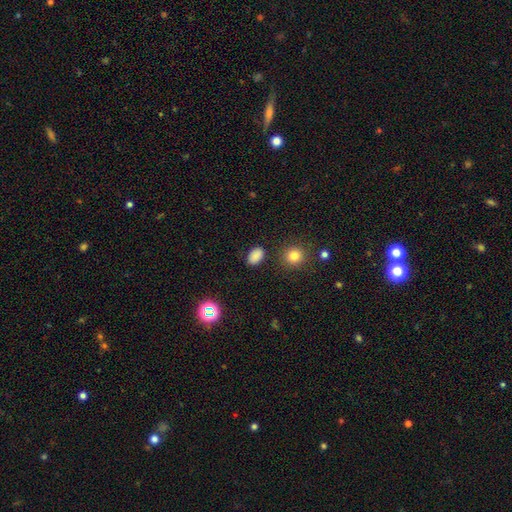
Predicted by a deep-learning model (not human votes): smooth-or-featured: smooth: 84% | star or artifact: 12% | featured or disk: 4%
  how-rounded: in between: 84% | round: 14% | cigar-shaped: 1%
  merging: none: 86% | minor disturbance: 9% | major disturbance: 3% | merger: 2%